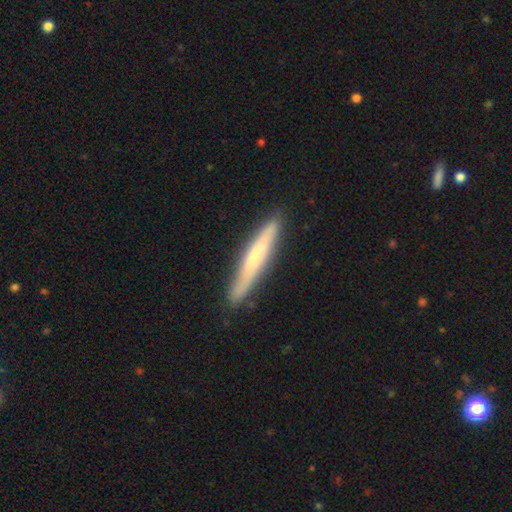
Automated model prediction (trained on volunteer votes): A featured or disk galaxy (49%). Merging: none (87%).